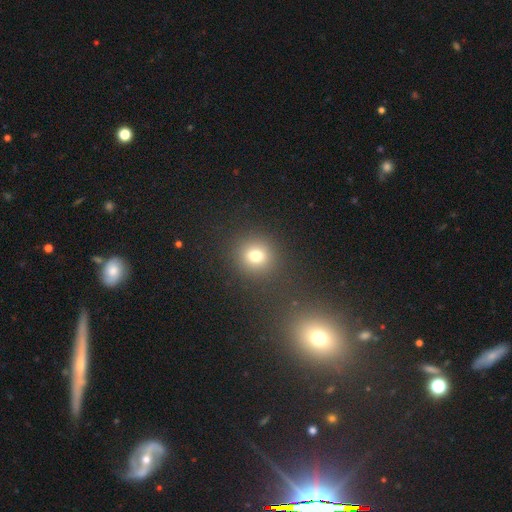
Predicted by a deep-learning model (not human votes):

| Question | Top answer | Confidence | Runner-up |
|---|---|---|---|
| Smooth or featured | smooth | 75% | star or artifact (17%) |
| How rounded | round | 87% | in between (12%) |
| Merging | none | 85% | minor disturbance (7%) |